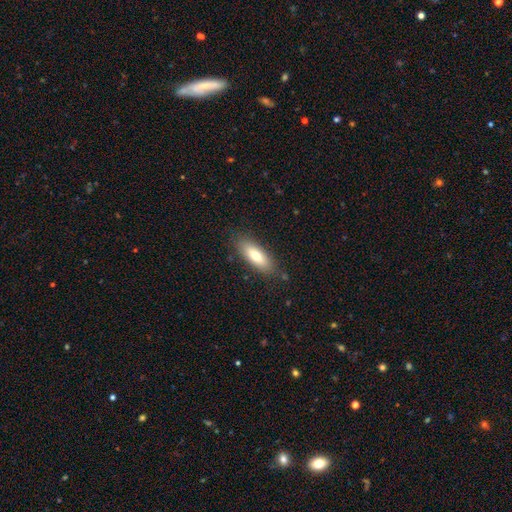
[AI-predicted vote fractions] smooth 78%, featured or disk 16%, star or artifact 6%. Down the decision tree: how rounded — in between (67%); merging — none (84%).